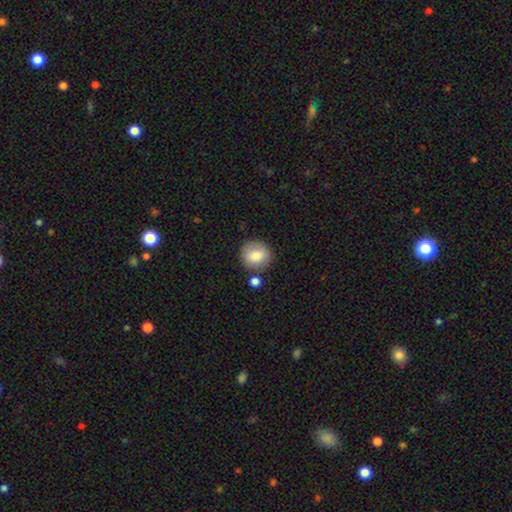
A smooth galaxy with no disk features (95%) that is round (92%). Merging: none (78%).